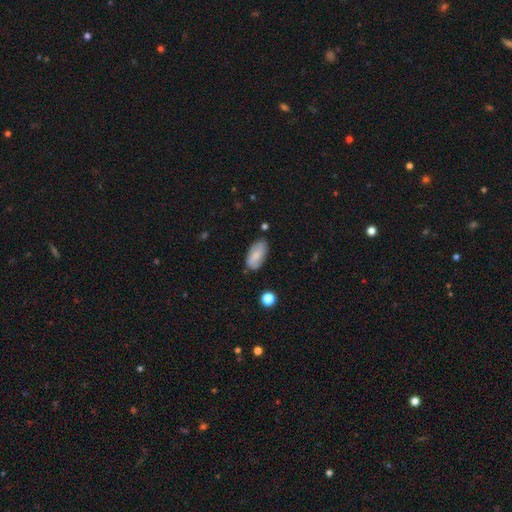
Smooth or featured?
  - smooth: 72% *
  - featured or disk: 18%
  - star or artifact: 10%
How rounded?
  - in between: 93% *
  - round: 3%
  - cigar-shaped: 3%
Merging?
  - none: 78% *
  - minor disturbance: 17%
  - merger: 6%
  - major disturbance: 0%